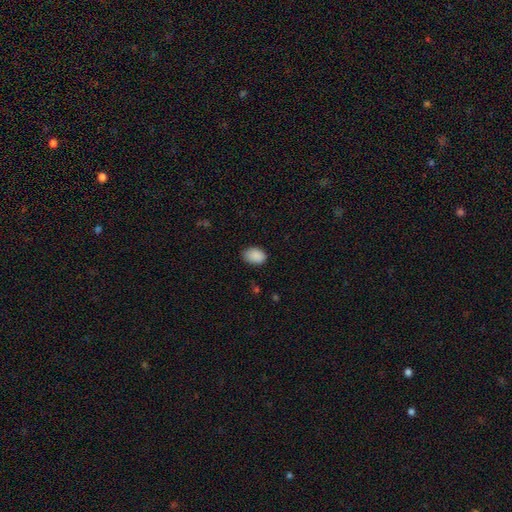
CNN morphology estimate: smooth-or-featured: smooth: 89% | star or artifact: 8% | featured or disk: 3%
  how-rounded: in between: 82% | round: 17% | cigar-shaped: 1%
  merging: none: 80% | minor disturbance: 16% | major disturbance: 3% | merger: 1%